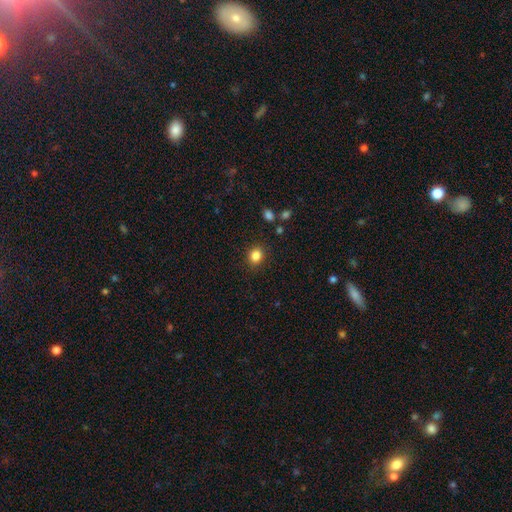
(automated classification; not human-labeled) smooth-or-featured: smooth: 84% | star or artifact: 11% | featured or disk: 5%
  how-rounded: round: 69% | in between: 30% | cigar-shaped: 1%
  merging: none: 89% | minor disturbance: 8% | major disturbance: 2% | merger: 1%